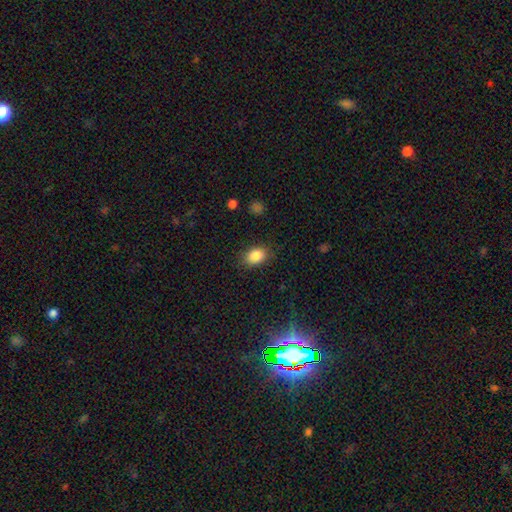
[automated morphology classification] Smooth or featured: smooth — 86% (star or artifact — 9%)
How rounded: in between — 78% (round — 20%)
Merging: none — 84% (minor disturbance — 12%)